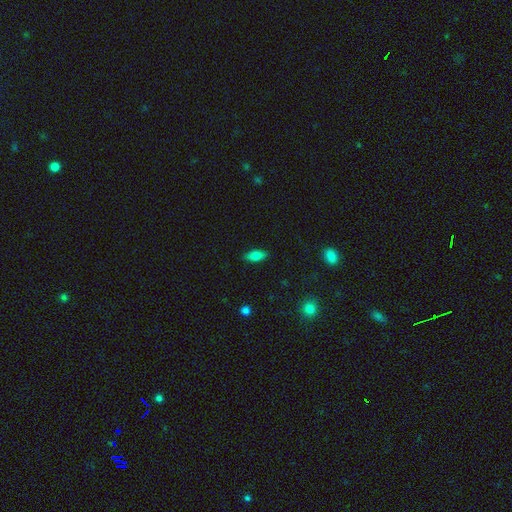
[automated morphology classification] smooth 81%, featured or disk 10%, star or artifact 9%. Down the decision tree: how rounded — in between (83%); merging — none (86%).